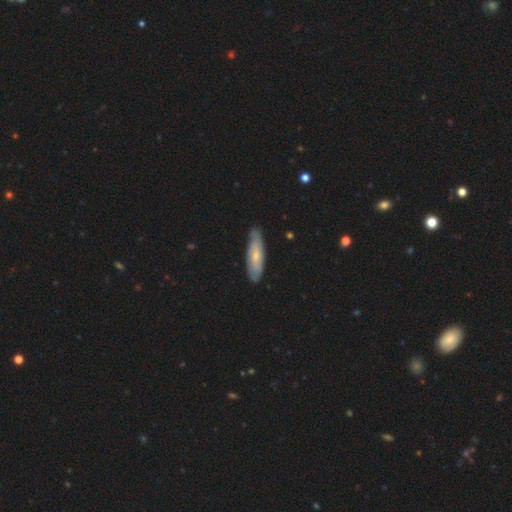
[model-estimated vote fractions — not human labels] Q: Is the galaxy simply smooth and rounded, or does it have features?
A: featured or disk — 53%.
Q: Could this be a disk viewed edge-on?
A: no — 71%.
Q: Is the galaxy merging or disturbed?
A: none — 79%.